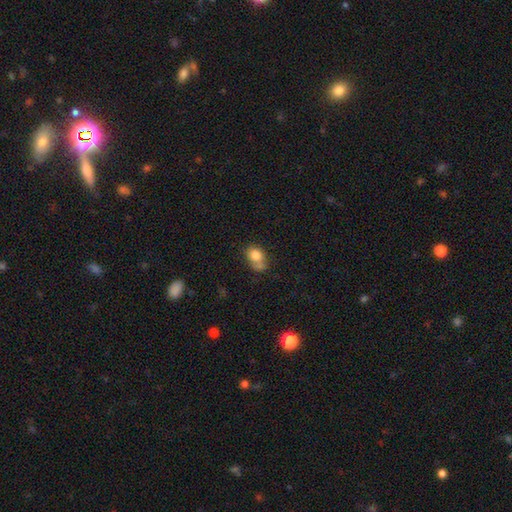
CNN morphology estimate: smooth 79%, featured or disk 11%, star or artifact 10%. Down the decision tree: how rounded — in between (62%); merging — none (40%).